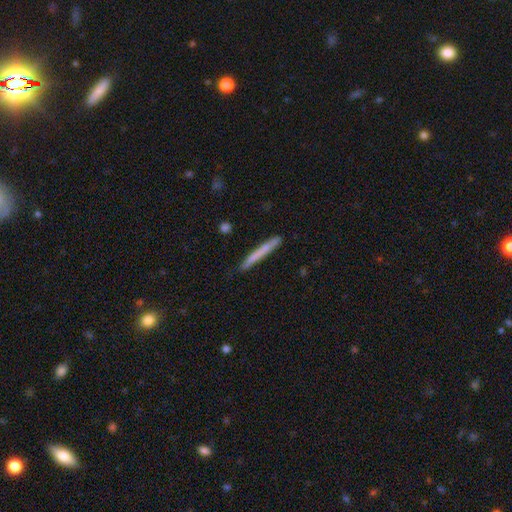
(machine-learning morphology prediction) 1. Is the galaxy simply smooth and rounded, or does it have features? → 65% smooth, 29% featured or disk, 6% star or artifact.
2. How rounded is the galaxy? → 97% cigar-shaped, 2% in between, 1% round.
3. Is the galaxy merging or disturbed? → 86% none, 11% minor disturbance, 2% major disturbance, 2% merger.